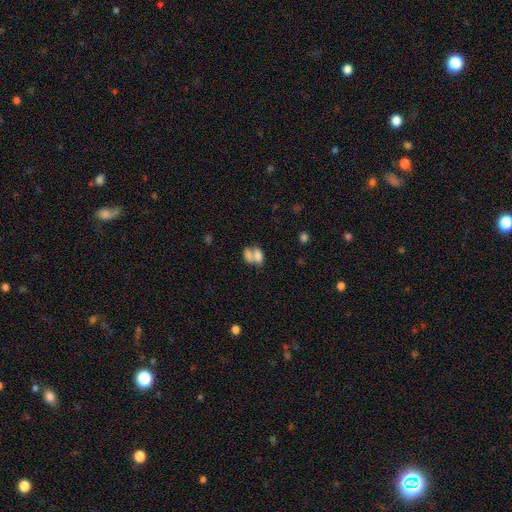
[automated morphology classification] The model was most divided on "merging": merger: 68%, none: 20%, minor disturbance: 7%, major disturbance: 5%. More confident: how rounded — in between (85%); smooth or featured — smooth (75%).